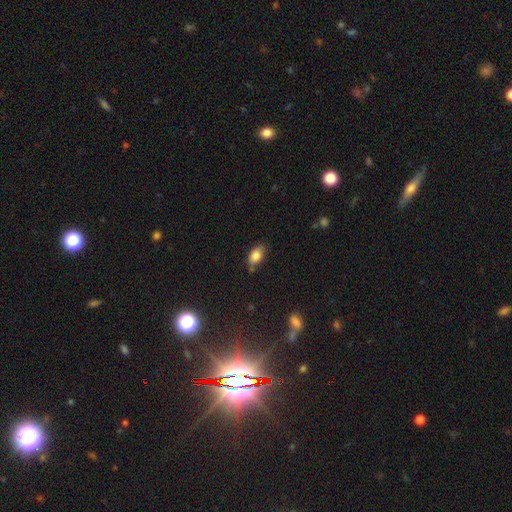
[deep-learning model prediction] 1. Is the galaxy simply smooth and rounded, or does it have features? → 81% smooth, 11% featured or disk, 8% star or artifact.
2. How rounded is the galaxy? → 90% in between, 6% round, 4% cigar-shaped.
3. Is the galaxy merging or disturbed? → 71% none, 22% minor disturbance, 4% merger, 4% major disturbance.